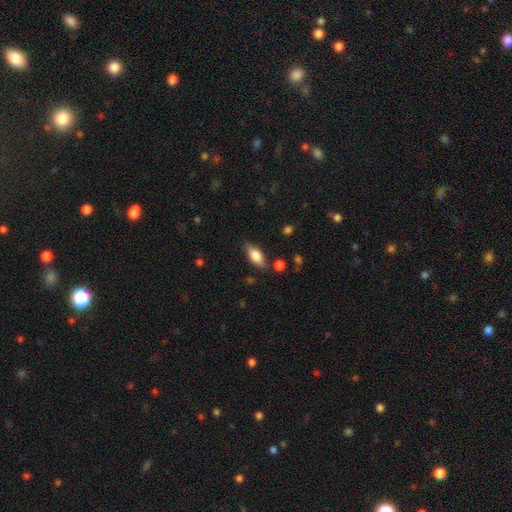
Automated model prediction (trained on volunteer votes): A smooth galaxy with no disk features (77%) that is in between round and cigar-shaped (84%). Merging: none (78%).